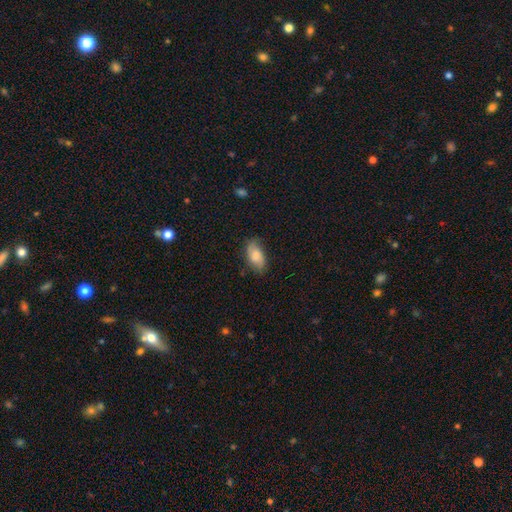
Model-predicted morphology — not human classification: This appears to be a smooth galaxy with no disk features (73%) that is in between round and cigar-shaped (93%). Merging: none (72%).